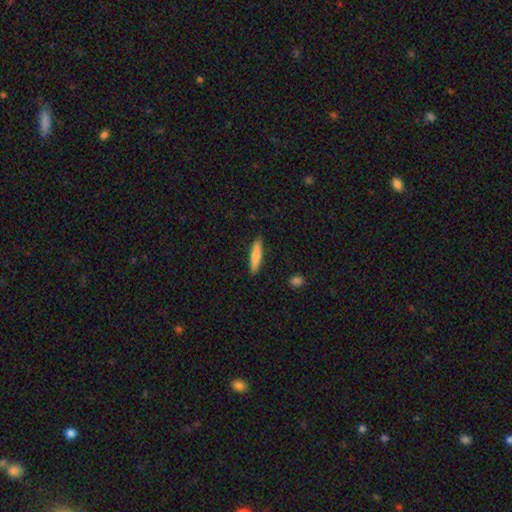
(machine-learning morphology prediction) smooth-or-featured: smooth: 79% | featured or disk: 16% | star or artifact: 6%
  how-rounded: cigar-shaped: 86% | in between: 13% | round: 1%
  merging: none: 90% | minor disturbance: 7% | major disturbance: 2% | merger: 1%